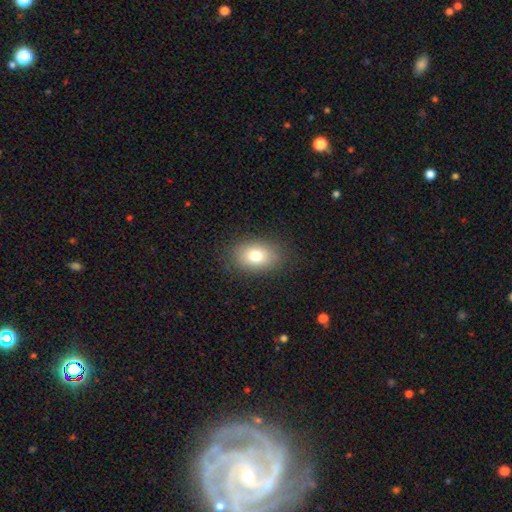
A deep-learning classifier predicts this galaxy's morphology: A smooth galaxy with no disk features (78%) that is in between round and cigar-shaped (78%). Merging: none (86%).